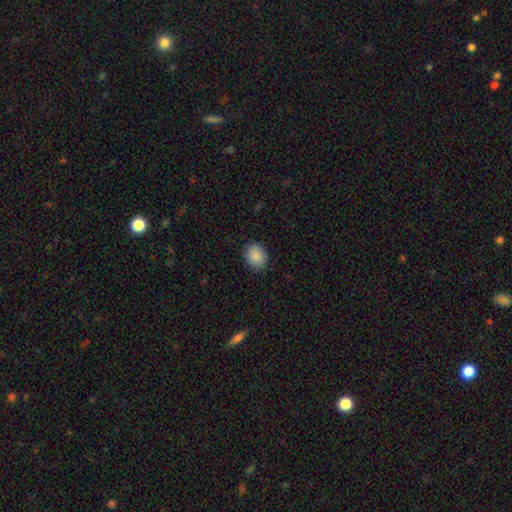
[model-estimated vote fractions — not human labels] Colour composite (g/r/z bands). It shows a smooth galaxy with no disk features (89%) that is in between round and cigar-shaped (50%). Merging: none (87%).